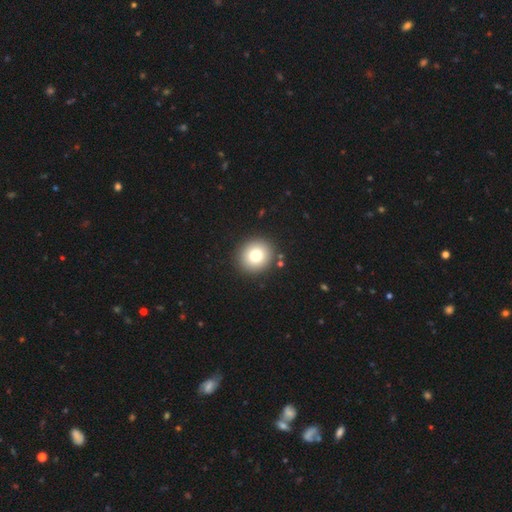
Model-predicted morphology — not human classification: Smooth or featured: smooth — 79% (featured or disk — 11%)
How rounded: round — 85% (in between — 14%)
Merging: none — 89% (minor disturbance — 6%)